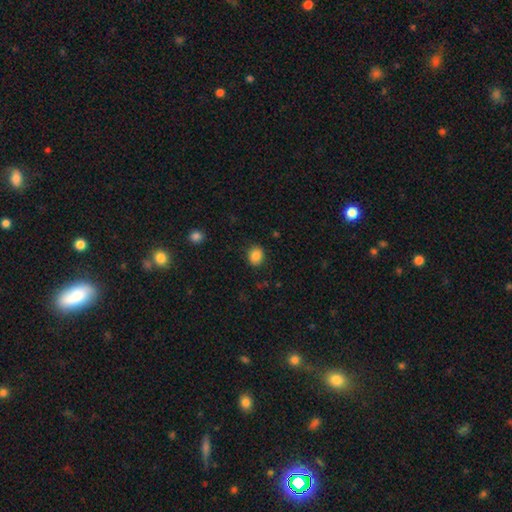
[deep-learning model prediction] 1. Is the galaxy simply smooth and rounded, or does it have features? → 86% smooth, 9% star or artifact, 5% featured or disk.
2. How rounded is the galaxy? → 65% round, 35% in between, 1% cigar-shaped.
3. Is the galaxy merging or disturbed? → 88% none, 8% minor disturbance, 2% major disturbance, 1% merger.